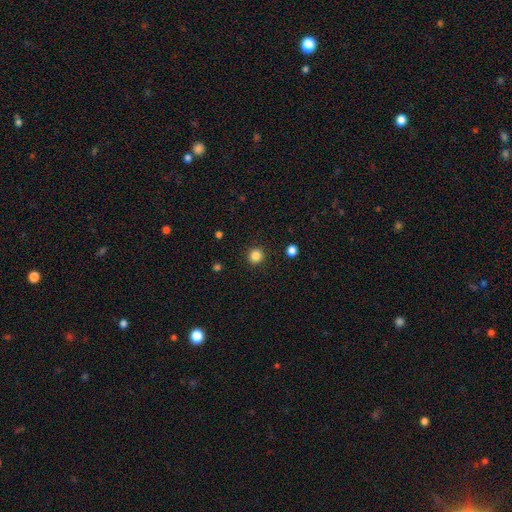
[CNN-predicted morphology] Smooth or featured?
  - smooth: 85% *
  - star or artifact: 12%
  - featured or disk: 4%
How rounded?
  - round: 92% *
  - in between: 7%
  - cigar-shaped: 1%
Merging?
  - none: 92% *
  - minor disturbance: 5%
  - major disturbance: 2%
  - merger: 1%